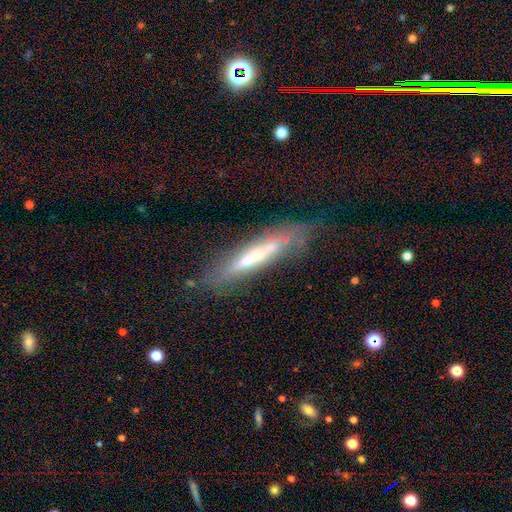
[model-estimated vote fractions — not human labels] Morphology: type=featured or disk (62%); edge-on=yes (71%); merging=none (62%).